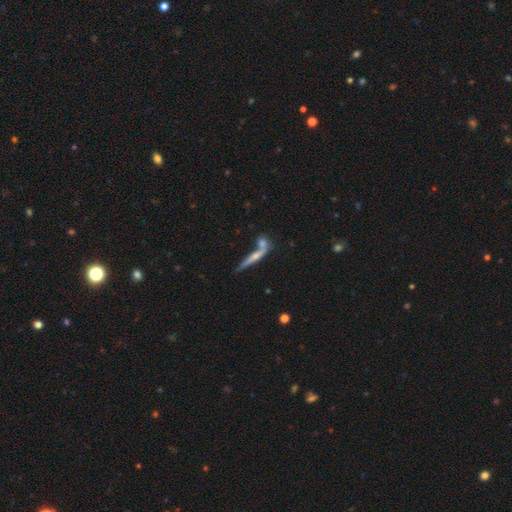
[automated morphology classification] A featured or disk galaxy (48%). Merging: none (51%).